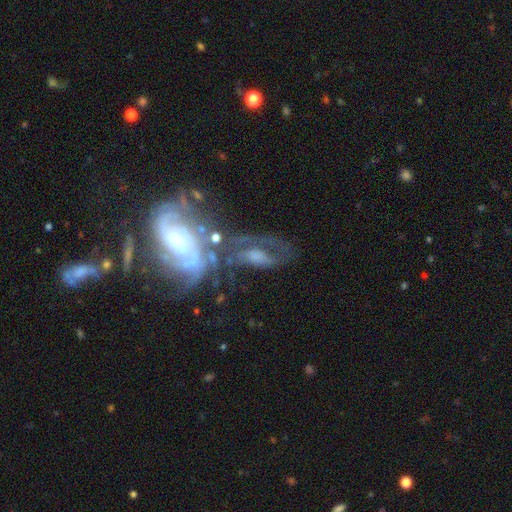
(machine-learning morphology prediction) Q: Smooth or featured?
A: featured or disk (72%); runner-up: smooth (18%)
Q: Edge-on disk?
A: no (93%); runner-up: yes (7%)
Q: Bar?
A: no (53%); runner-up: weak (34%)
Q: Spiral arms?
A: yes (85%); runner-up: no (15%)
Q: Spiral winding?
A: tight (46%); runner-up: medium (38%)
Q: Spiral arm count?
A: 2 (41%); runner-up: can't tell (31%)
Q: Bulge size?
A: moderate (44%); runner-up: small (32%)
Q: Merging?
A: none (37%); runner-up: merger (24%)